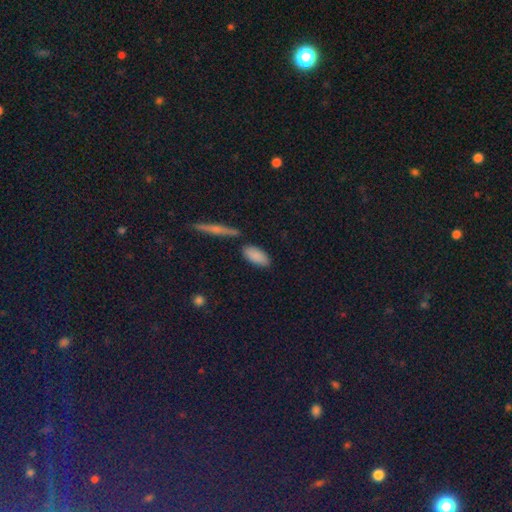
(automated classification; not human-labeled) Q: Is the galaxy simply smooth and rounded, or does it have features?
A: smooth — 86%.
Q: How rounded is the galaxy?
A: in between — 87%.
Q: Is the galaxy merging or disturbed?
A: none — 79%.